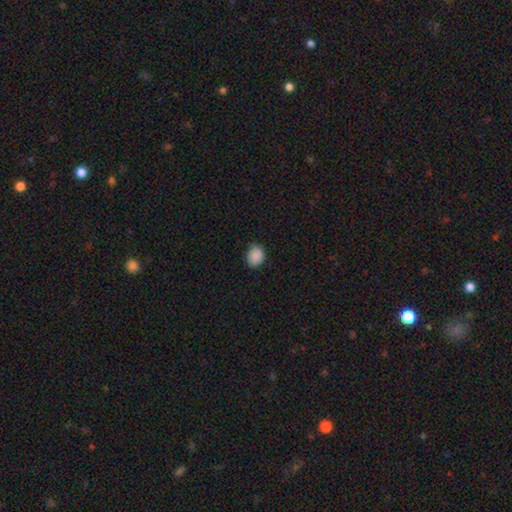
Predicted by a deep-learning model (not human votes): Q: Smooth or featured?
A: smooth (88%); runner-up: star or artifact (8%)
Q: How rounded?
A: round (58%); runner-up: in between (41%)
Q: Merging?
A: none (76%); runner-up: minor disturbance (20%)